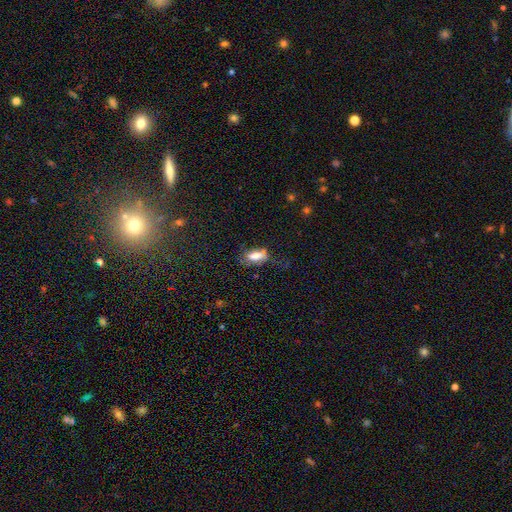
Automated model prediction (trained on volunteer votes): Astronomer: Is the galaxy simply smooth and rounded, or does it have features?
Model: smooth — 73%.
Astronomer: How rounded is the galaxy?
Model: in between — 85%.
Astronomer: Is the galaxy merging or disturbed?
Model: none — 50% (runner-up: minor disturbance, 29%).